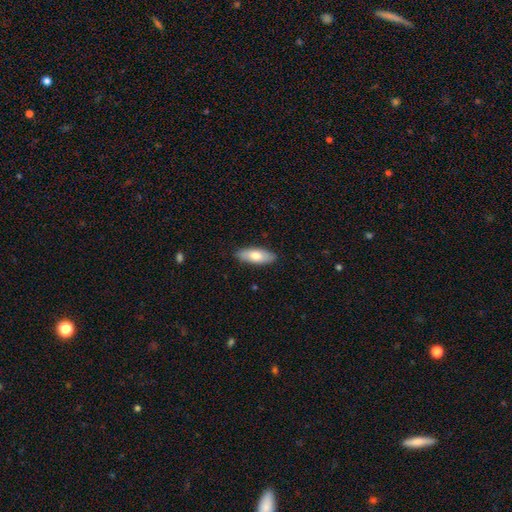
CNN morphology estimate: Smooth or featured?
  - smooth: 75% *
  - featured or disk: 19%
  - star or artifact: 6%
How rounded?
  - in between: 74% *
  - cigar-shaped: 24%
  - round: 2%
Merging?
  - none: 88% *
  - minor disturbance: 9%
  - major disturbance: 2%
  - merger: 1%